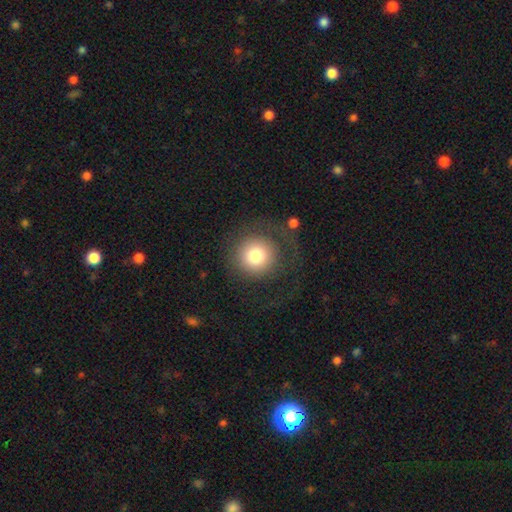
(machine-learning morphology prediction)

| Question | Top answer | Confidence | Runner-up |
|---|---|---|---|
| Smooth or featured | smooth | 76% | featured or disk (15%) |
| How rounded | round | 93% | in between (6%) |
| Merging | none | 69% | major disturbance (17%) |